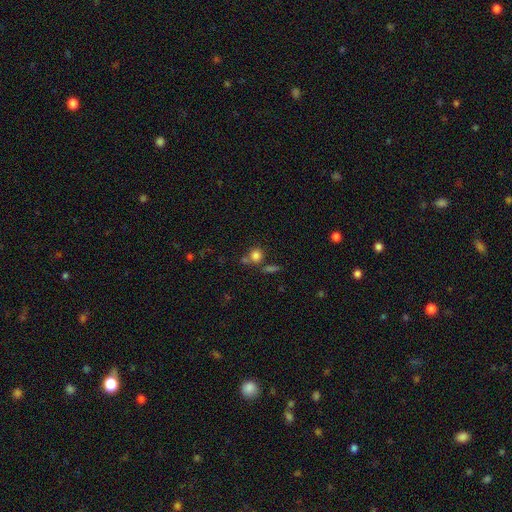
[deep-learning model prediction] The model was most divided on "merging": none: 60%, merger: 24%, minor disturbance: 11%, major disturbance: 5%. More confident: how rounded — round (84%); smooth or featured — smooth (79%).